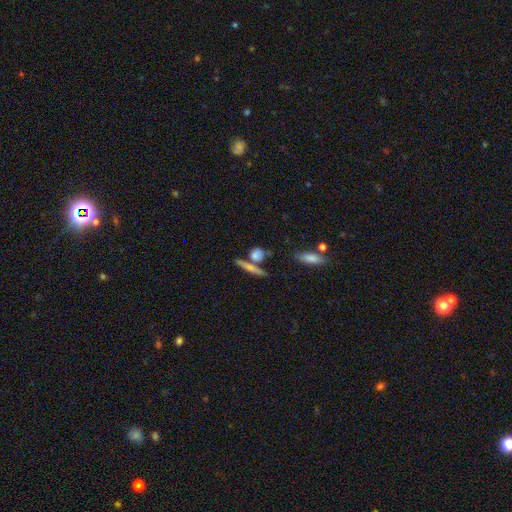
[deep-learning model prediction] smooth-or-featured: smooth: 74% | featured or disk: 17% | star or artifact: 9%
  how-rounded: round: 43% | cigar-shaped: 30% | in between: 27%
  merging: none: 60% | merger: 23% | minor disturbance: 12% | major disturbance: 5%